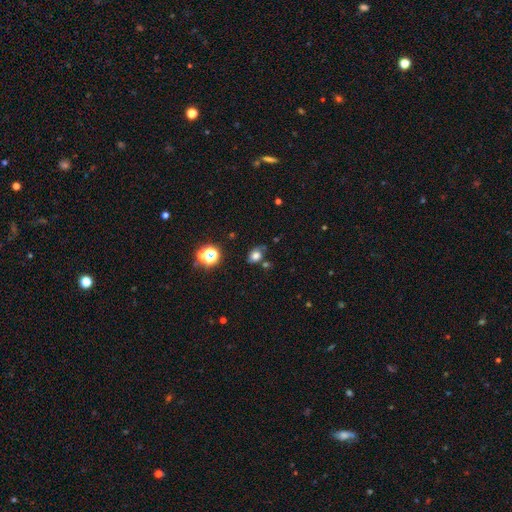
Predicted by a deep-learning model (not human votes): smooth_or_featured: smooth (p=0.66) [alt: star or artifact p=0.18]
how_rounded: in between (p=0.66) [alt: round p=0.32]
merging: none (p=0.57) [alt: minor disturbance p=0.24]